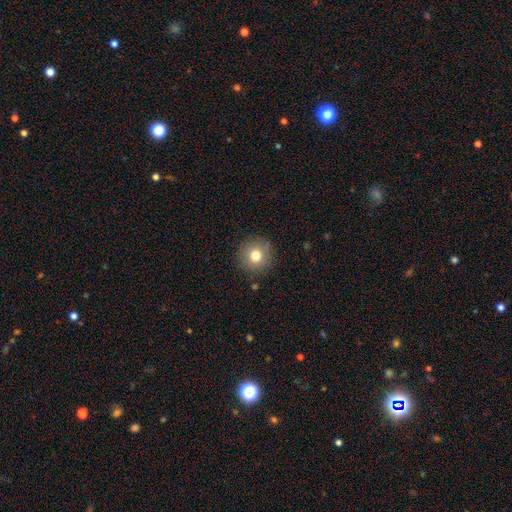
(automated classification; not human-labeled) Smooth or featured?
  - smooth: 77% *
  - featured or disk: 11%
  - star or artifact: 11%
How rounded?
  - round: 94% *
  - in between: 5%
  - cigar-shaped: 1%
Merging?
  - none: 88% *
  - minor disturbance: 8%
  - major disturbance: 3%
  - merger: 1%